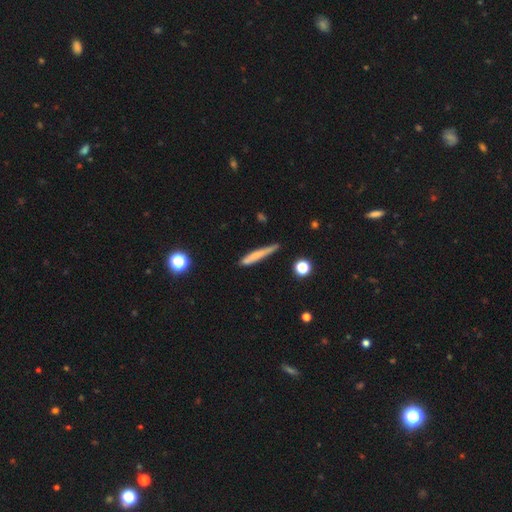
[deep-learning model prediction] Q: Smooth or featured?
A: smooth (67%); runner-up: featured or disk (25%)
Q: How rounded?
A: cigar-shaped (94%); runner-up: in between (4%)
Q: Merging?
A: none (70%); runner-up: minor disturbance (22%)